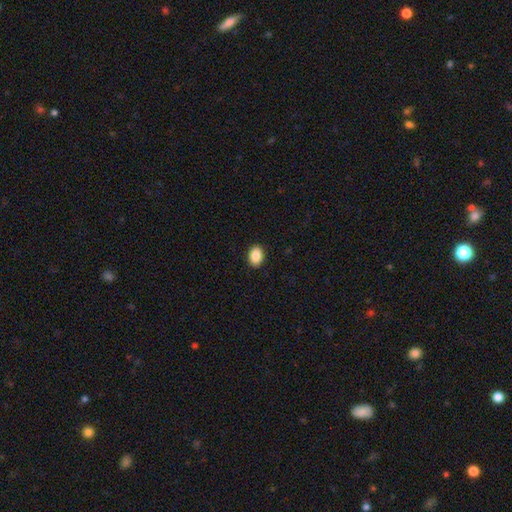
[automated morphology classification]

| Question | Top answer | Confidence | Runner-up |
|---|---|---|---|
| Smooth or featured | smooth | 89% | star or artifact (7%) |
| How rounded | in between | 82% | round (17%) |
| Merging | none | 91% | minor disturbance (7%) |